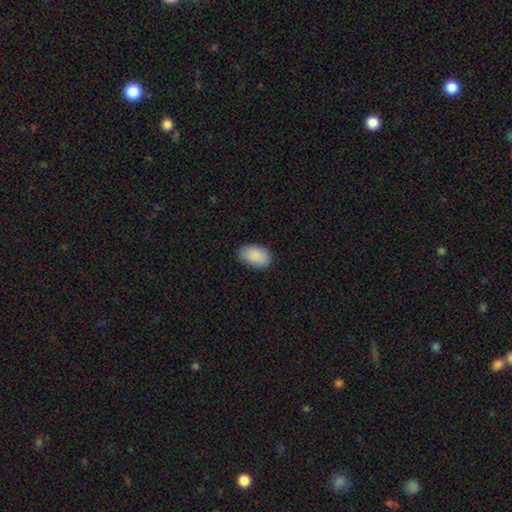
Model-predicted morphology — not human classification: The model was most divided on "merging": none: 83%, minor disturbance: 14%, major disturbance: 2%, merger: 1%. More confident: how rounded — in between (93%); smooth or featured — smooth (90%).